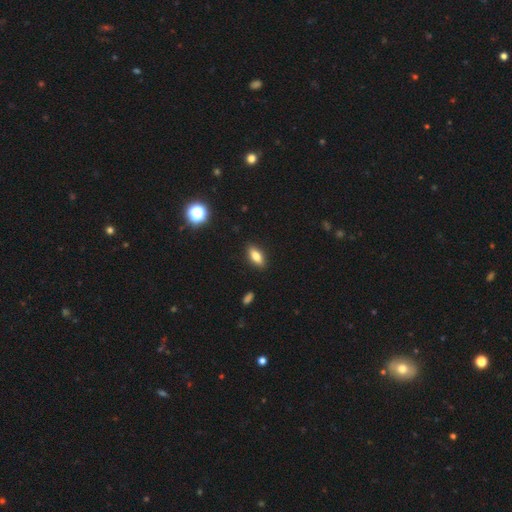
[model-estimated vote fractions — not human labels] A smooth galaxy with no disk features (77%) that is in between round and cigar-shaped (78%).

Vote fractions:
- Smooth or featured? smooth: 77% / featured or disk: 14% / star or artifact: 9%
- How rounded? in between: 78% / cigar-shaped: 18% / round: 4%
- Merging? none: 89% / minor disturbance: 8% / major disturbance: 2% / merger: 1%